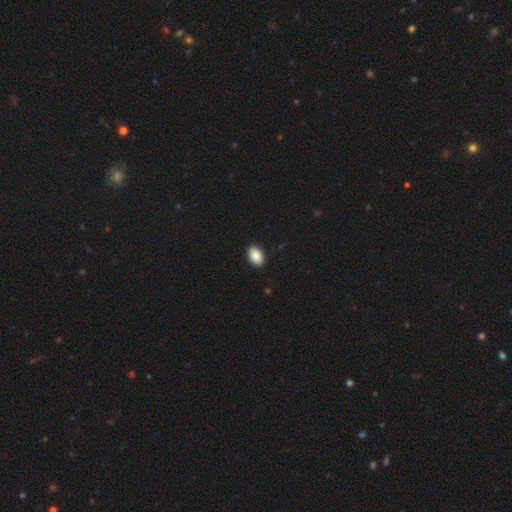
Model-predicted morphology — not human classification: The model was most divided on "how rounded": in between: 88%, round: 11%, cigar-shaped: 1%. More confident: merging — none (92%); smooth or featured — smooth (88%).